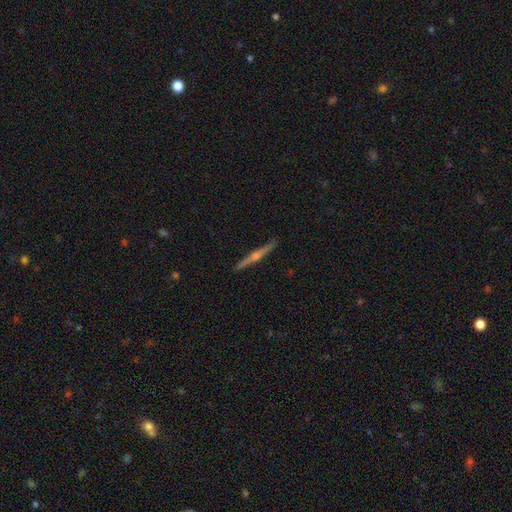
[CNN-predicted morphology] Smooth or featured? Predicted: featured or disk (p=0.72). Edge-on disk? Predicted: yes (p=0.95). Edge-on bulge? Predicted: rounded (p=0.81). Merging? Predicted: none (p=0.89).